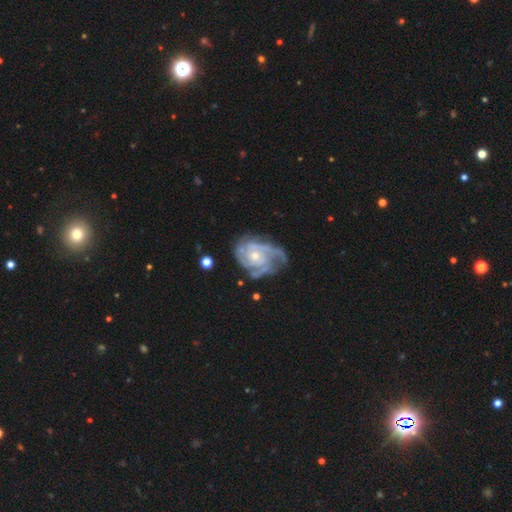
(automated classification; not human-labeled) The model was most divided on "bulge size": small: 49%, moderate: 47%, large: 2%, none: 2%, dominant: 1%. Remaining: edge-on disk — no (98%); spiral arms — yes (96%); smooth or featured — featured or disk (89%); bar — no (74%); spiral winding — tight (60%); merging — none (58%); spiral arm count — 3 (34%).